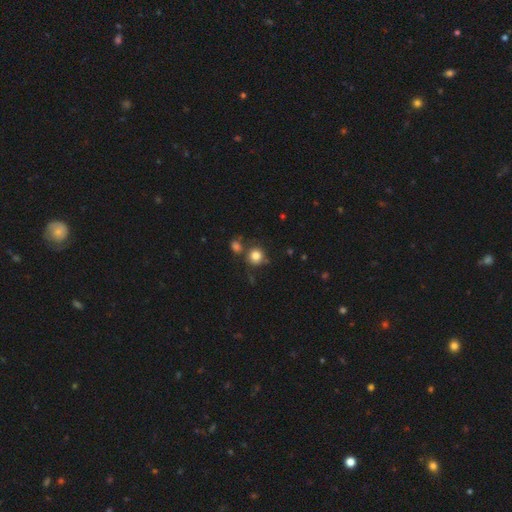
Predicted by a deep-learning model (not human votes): Overall: smooth (82%). How rounded: round (89%). Merging: none (69%).